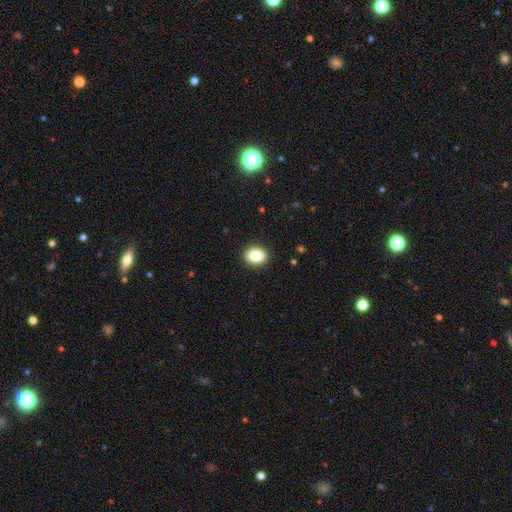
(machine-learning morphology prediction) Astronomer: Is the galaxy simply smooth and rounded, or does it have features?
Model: smooth — 85%.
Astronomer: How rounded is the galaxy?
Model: in between — 58% (runner-up: round, 41%).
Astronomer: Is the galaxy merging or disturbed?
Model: none — 91%.